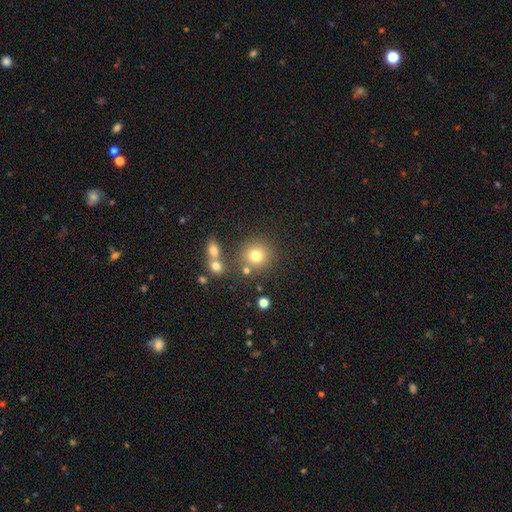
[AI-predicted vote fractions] Smooth or featured? Predicted: smooth (p=0.76). How rounded? Predicted: round (p=0.90). Merging? Predicted: none (p=0.75).